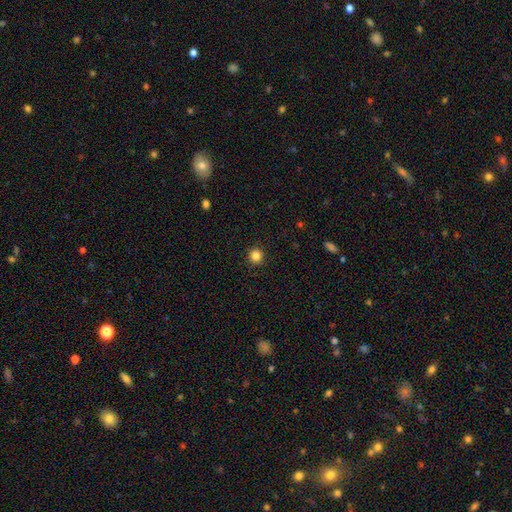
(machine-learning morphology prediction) Q: Smooth or featured?
A: smooth (84%); runner-up: star or artifact (12%)
Q: How rounded?
A: round (95%); runner-up: in between (4%)
Q: Merging?
A: none (92%); runner-up: minor disturbance (5%)